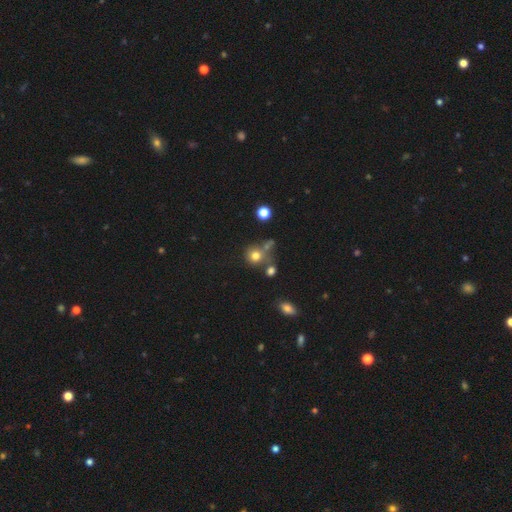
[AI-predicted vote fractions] This is likely a smooth galaxy (75%). How rounded: clearly round (85%). Merging: possibly none (57%).